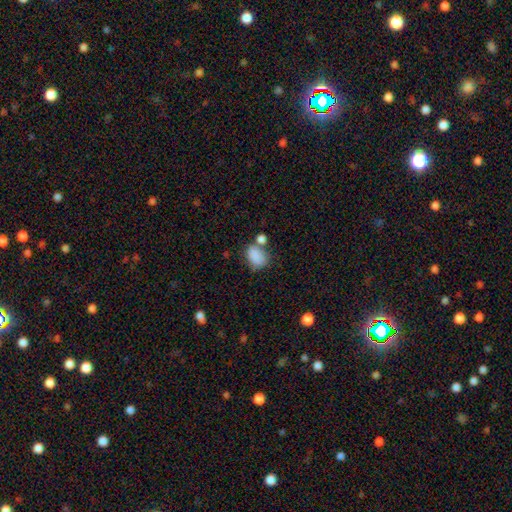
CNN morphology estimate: Smooth or featured?
  - smooth: 83% *
  - star or artifact: 10%
  - featured or disk: 7%
How rounded?
  - in between: 75% *
  - round: 24%
  - cigar-shaped: 1%
Merging?
  - none: 48% *
  - merger: 27%
  - minor disturbance: 17%
  - major disturbance: 8%